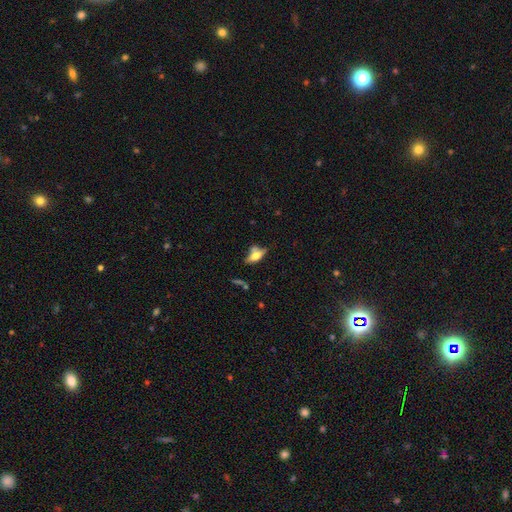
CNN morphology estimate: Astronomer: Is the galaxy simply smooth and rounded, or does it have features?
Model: featured or disk — 45%, tied with smooth at 45%.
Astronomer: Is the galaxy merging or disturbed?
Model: none — 53%.